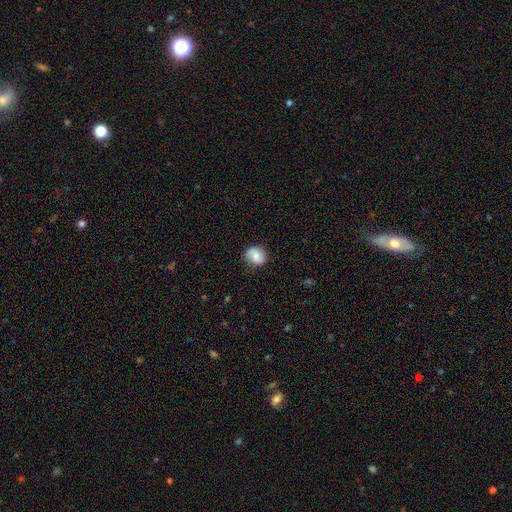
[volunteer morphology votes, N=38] smooth-or-featured: smooth: 47% (tied) | featured or disk: 47% (tied) | star or artifact: 5%
  how-rounded: round: 72% | in between: 28% | cigar-shaped: 0%
  merging: none: 81% | minor disturbance: 17% | merger: 3% | major disturbance: 0%